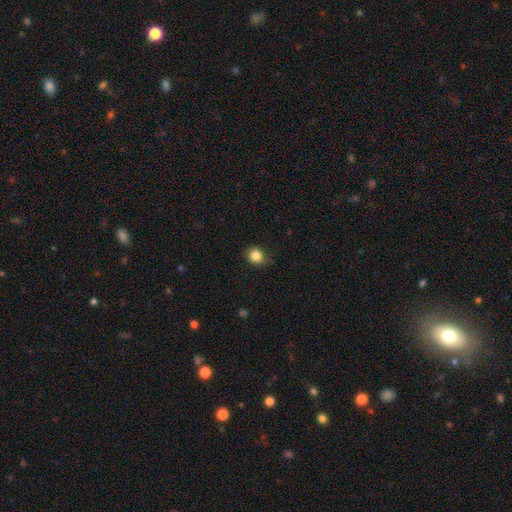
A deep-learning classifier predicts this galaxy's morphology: smooth-or-featured: smooth: 85% | star or artifact: 11% | featured or disk: 5%
  how-rounded: round: 75% | in between: 24% | cigar-shaped: 1%
  merging: none: 83% | minor disturbance: 13% | major disturbance: 3% | merger: 1%